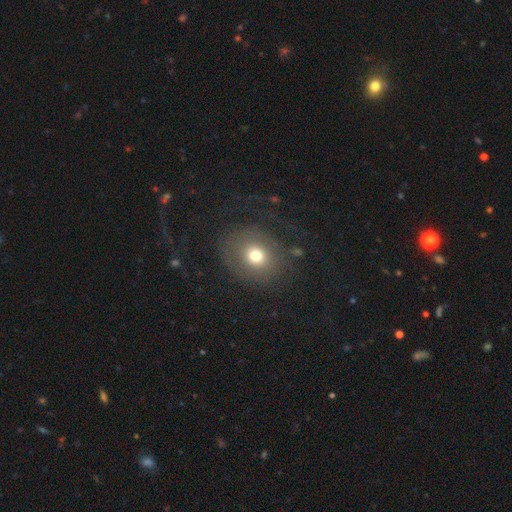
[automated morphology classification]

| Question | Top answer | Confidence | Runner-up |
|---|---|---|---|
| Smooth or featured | smooth | 66% | featured or disk (20%) |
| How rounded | round | 72% | in between (27%) |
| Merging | none | 64% | major disturbance (19%) |